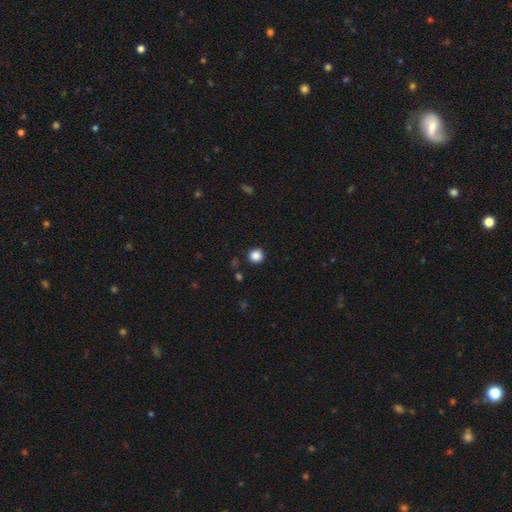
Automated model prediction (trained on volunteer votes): The model was most divided on "smooth or featured": smooth: 86%, star or artifact: 10%, featured or disk: 3%. More confident: how rounded — round (92%); merging — none (91%).